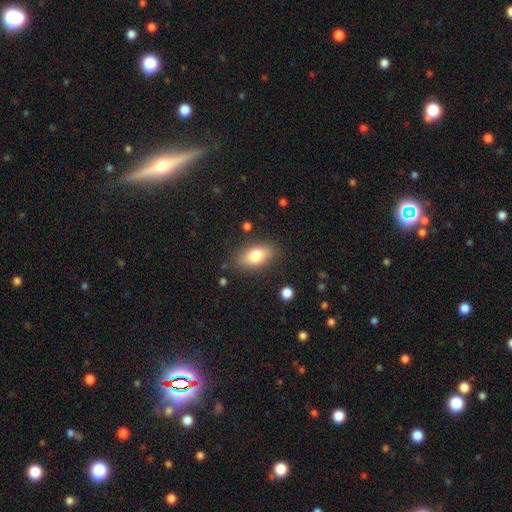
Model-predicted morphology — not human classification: Q: Smooth or featured?
A: smooth (77%); runner-up: featured or disk (15%)
Q: How rounded?
A: in between (86%); runner-up: round (7%)
Q: Merging?
A: none (83%); runner-up: minor disturbance (12%)